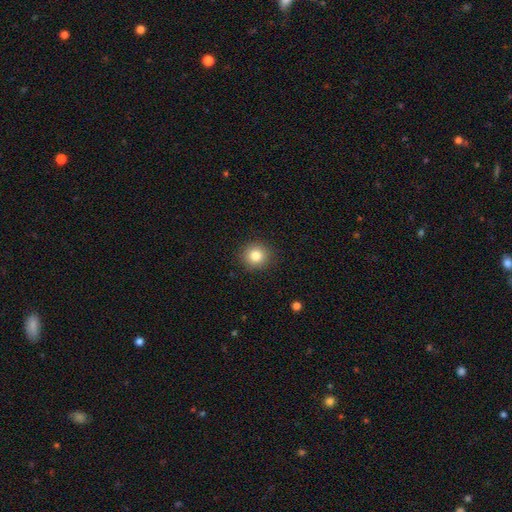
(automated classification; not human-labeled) smooth_or_featured: smooth (p=0.83) [alt: star or artifact p=0.10]
how_rounded: round (p=0.91) [alt: in between p=0.08]
merging: none (p=0.91) [alt: minor disturbance p=0.06]